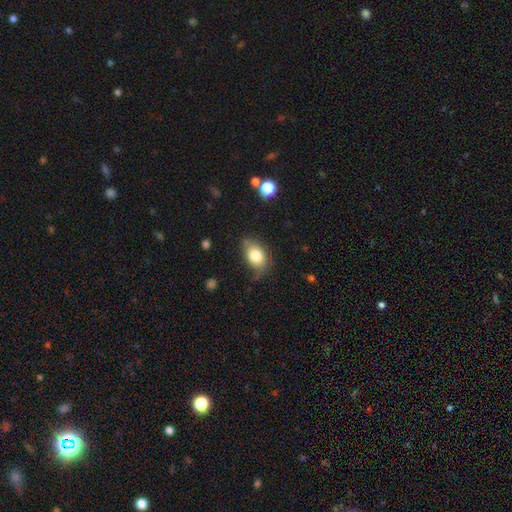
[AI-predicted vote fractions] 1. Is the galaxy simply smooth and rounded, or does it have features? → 78% smooth, 14% featured or disk, 8% star or artifact.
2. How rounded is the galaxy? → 83% in between, 15% round, 1% cigar-shaped.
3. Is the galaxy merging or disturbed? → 64% none, 26% minor disturbance, 8% major disturbance, 3% merger.